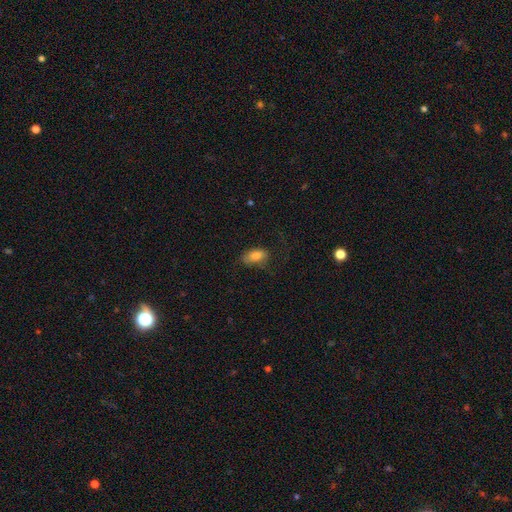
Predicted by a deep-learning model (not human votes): Smooth or featured? smooth (82%)
How rounded? in between (90%)
Merging? none (58%)